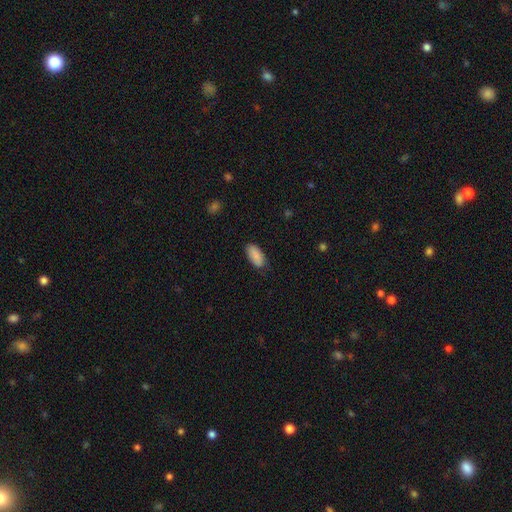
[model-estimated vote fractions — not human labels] Q: Smooth or featured?
A: smooth (88%); runner-up: star or artifact (6%)
Q: How rounded?
A: in between (92%); runner-up: cigar-shaped (6%)
Q: Merging?
A: none (78%); runner-up: minor disturbance (18%)